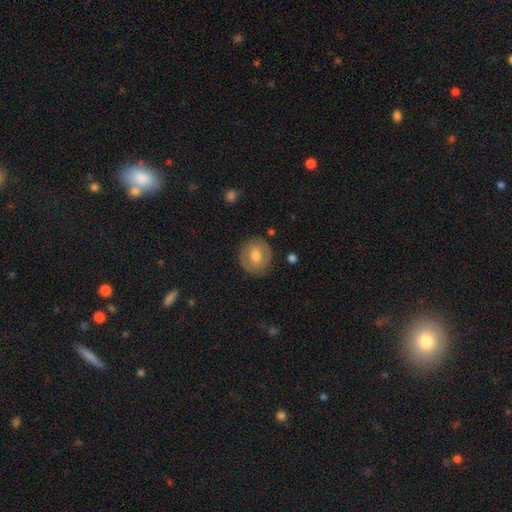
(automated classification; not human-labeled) This is possibly a smooth galaxy (56%). How rounded: clearly round (83%). Merging: clearly none (83%).